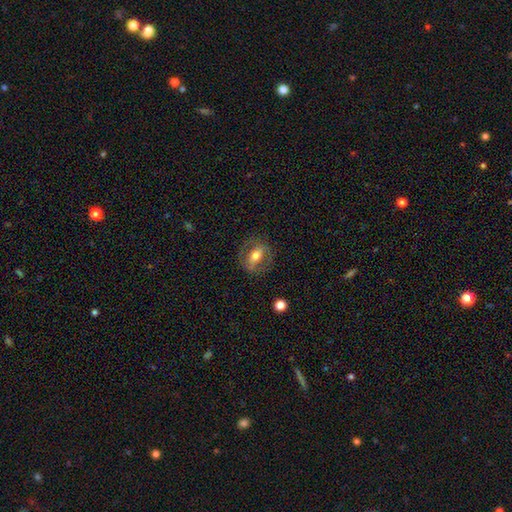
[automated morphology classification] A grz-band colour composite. It shows a featured or disk galaxy (47%). Merging: none (75%).